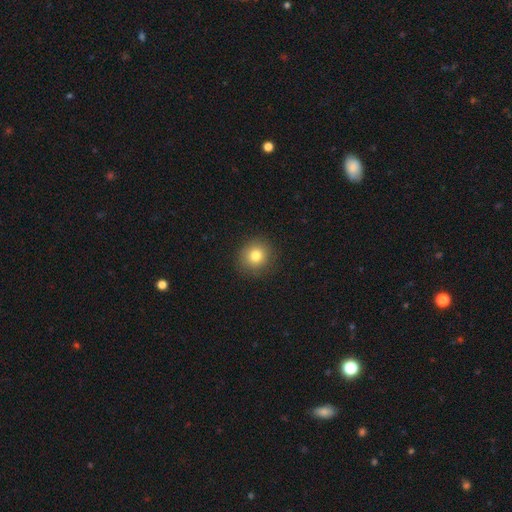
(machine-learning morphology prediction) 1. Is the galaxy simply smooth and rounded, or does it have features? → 79% smooth, 12% star or artifact, 9% featured or disk.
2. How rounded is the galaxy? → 89% round, 10% in between, 1% cigar-shaped.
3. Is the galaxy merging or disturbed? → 90% none, 7% minor disturbance, 2% major disturbance, 1% merger.